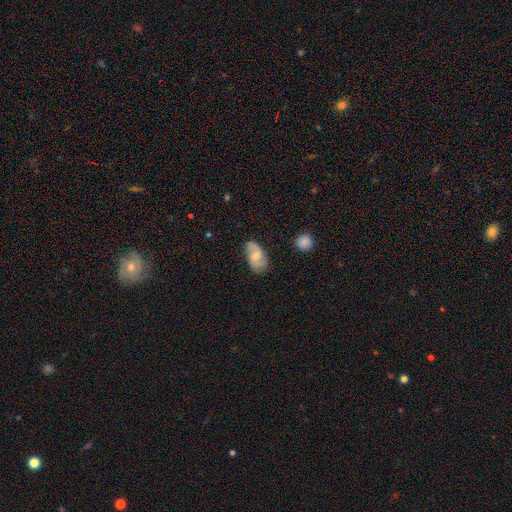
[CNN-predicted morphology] Smooth or featured? Predicted: featured or disk (p=0.55). Edge-on disk? Predicted: no (p=0.96). Bar? Predicted: no (p=0.53). Spiral arms? Predicted: yes (p=0.89). Bulge size? Predicted: moderate (p=0.51). Merging? Predicted: none (p=0.71).